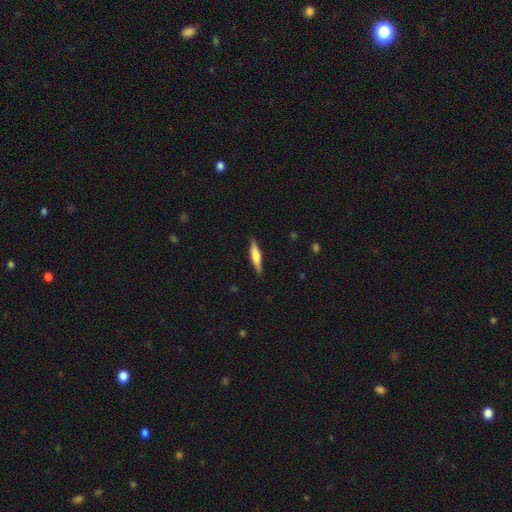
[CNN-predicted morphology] A smooth galaxy with no disk features (54%) that is cigar-shaped (80%). Merging: none (87%).